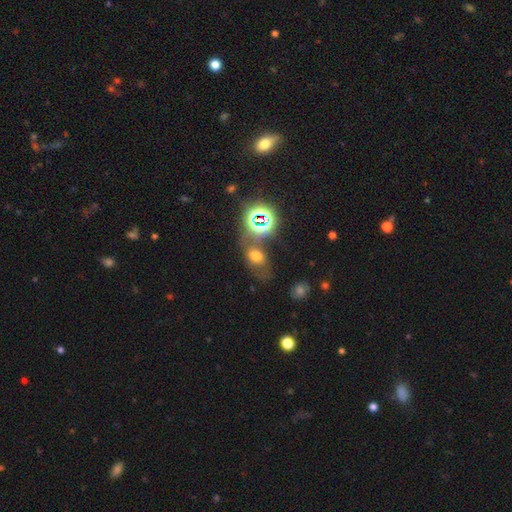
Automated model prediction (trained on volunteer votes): Smooth or featured? smooth (54%)
How rounded? in between (74%)
Merging? none (48%)